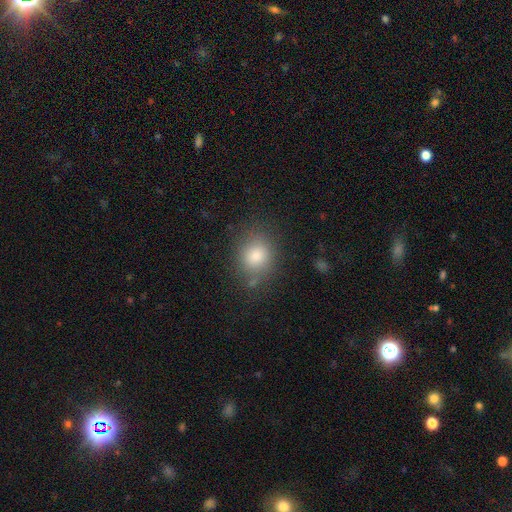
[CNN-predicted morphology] type=smooth (81%); roundness=round (61%); merging=none (77%).